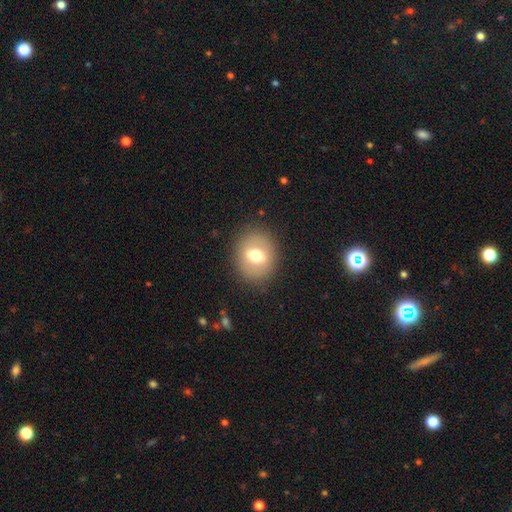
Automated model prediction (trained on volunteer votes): smooth 62%, featured or disk 29%, star or artifact 9%. Down the decision tree: how rounded — round (60%); merging — none (86%).